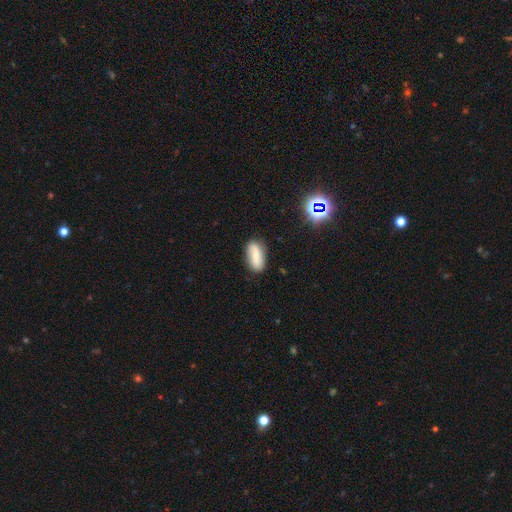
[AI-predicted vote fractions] Overall: smooth (68%). How rounded: in between (80%). Merging: none (82%).